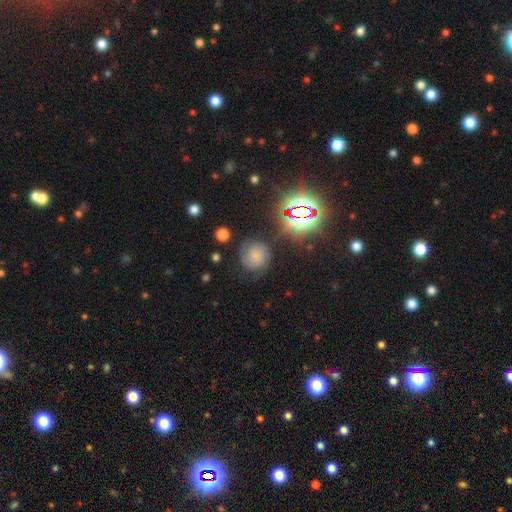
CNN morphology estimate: The model was most divided on "smooth or featured": smooth: 42%, featured or disk: 40%, star or artifact: 19%. More confident: merging — none (70%).